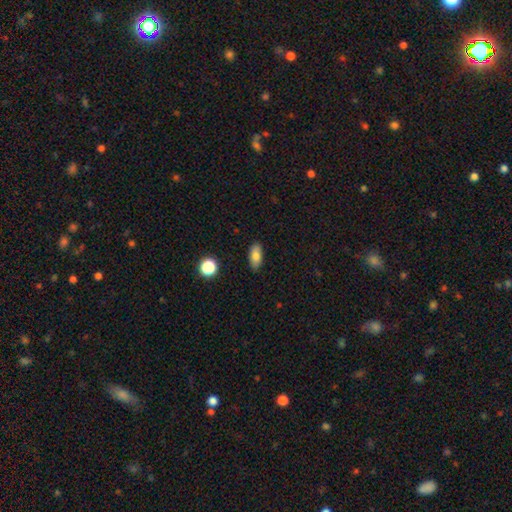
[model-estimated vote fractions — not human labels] Q: Smooth or featured?
A: smooth (81%); runner-up: featured or disk (9%)
Q: How rounded?
A: in between (84%); runner-up: cigar-shaped (11%)
Q: Merging?
A: none (87%); runner-up: minor disturbance (10%)